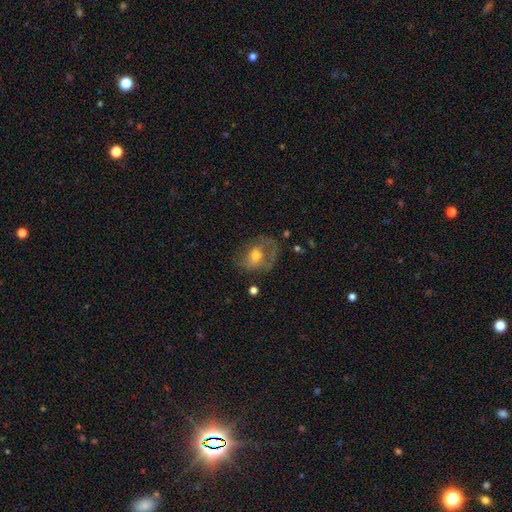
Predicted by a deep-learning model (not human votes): A featured or disk galaxy (49%). Merging: none (45%).